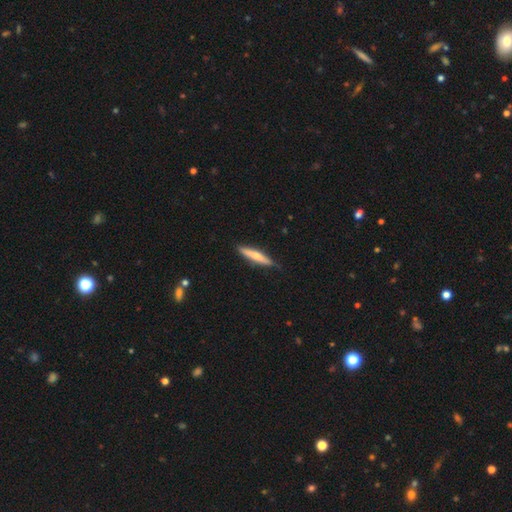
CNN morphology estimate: Smooth or featured? smooth (54%)
How rounded? cigar-shaped (87%)
Merging? none (84%)